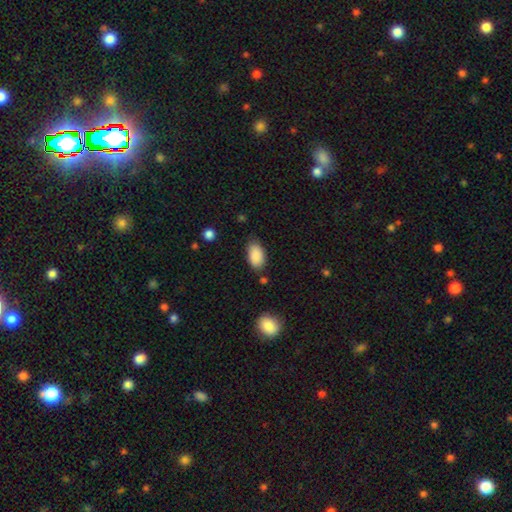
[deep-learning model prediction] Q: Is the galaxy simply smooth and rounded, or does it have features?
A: smooth — 89%.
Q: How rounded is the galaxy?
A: in between — 94%.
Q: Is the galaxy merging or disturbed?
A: none — 76%.